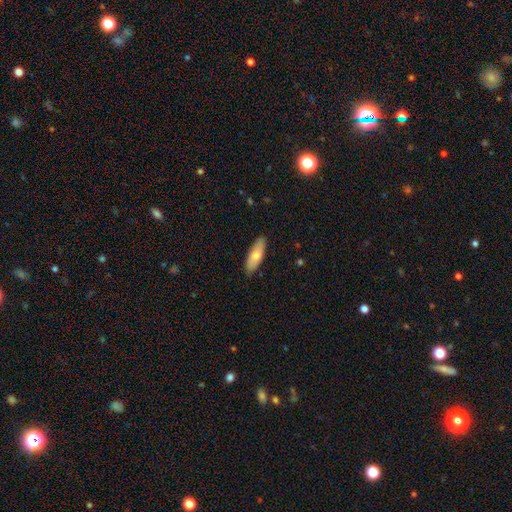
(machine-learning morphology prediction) Smooth or featured? smooth (71%)
How rounded? in between (59%)
Merging? none (88%)